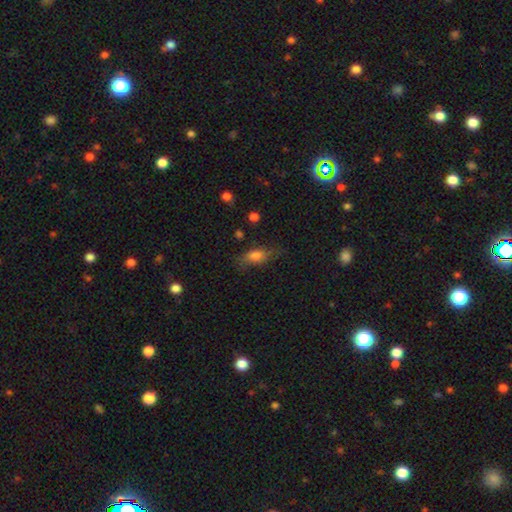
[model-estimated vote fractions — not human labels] A smooth galaxy with no disk features (74%) that is in between round and cigar-shaped (78%). Merging: none (62%).